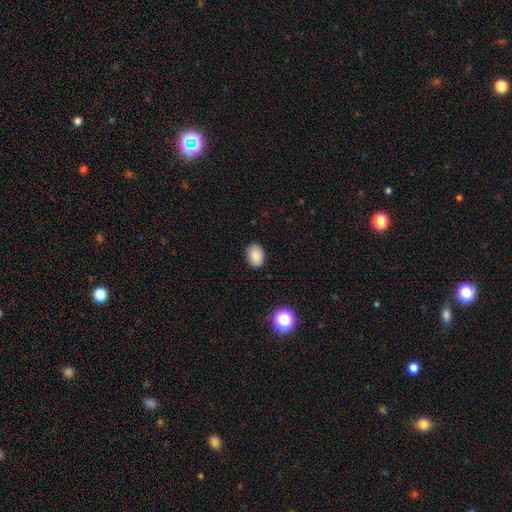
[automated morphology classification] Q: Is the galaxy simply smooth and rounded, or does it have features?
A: smooth — 87%.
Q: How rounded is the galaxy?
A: in between — 83%.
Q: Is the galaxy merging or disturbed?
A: none — 87%.